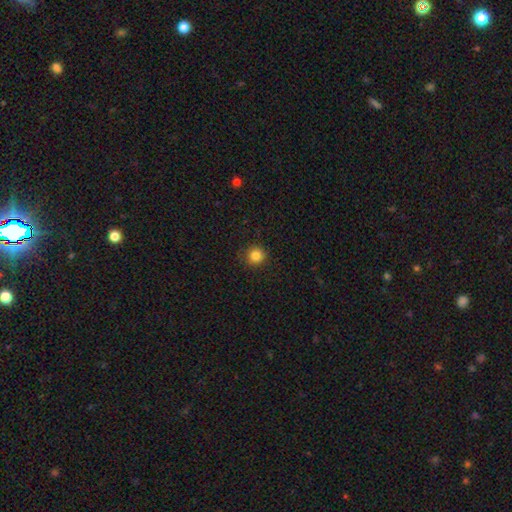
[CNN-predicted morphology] Overall: smooth (84%). How rounded: round (94%). Merging: none (89%).